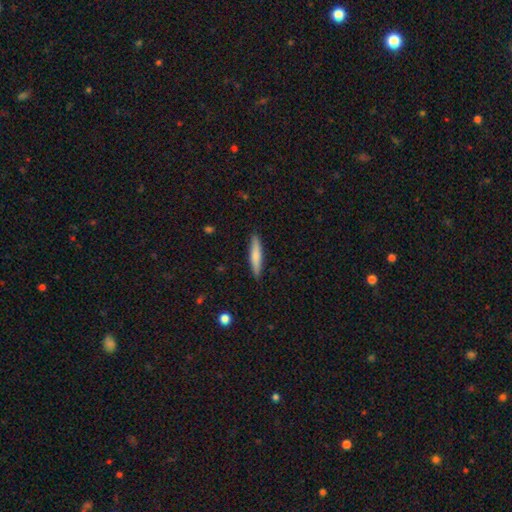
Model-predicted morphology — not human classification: Smooth or featured? Predicted: smooth (p=0.70). How rounded? Predicted: cigar-shaped (p=0.89). Merging? Predicted: none (p=0.87).